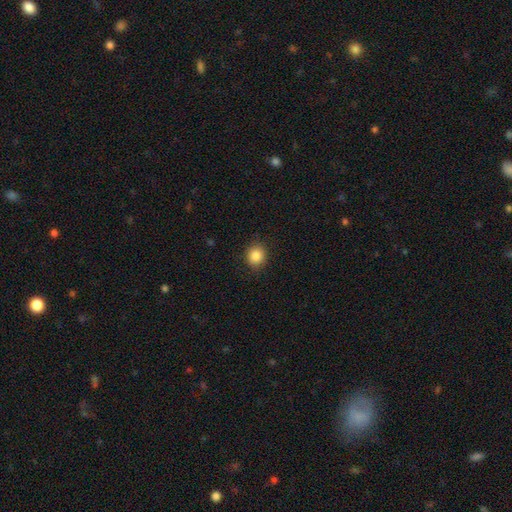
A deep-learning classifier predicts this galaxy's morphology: Smooth or featured? smooth (87%)
How rounded? round (81%)
Merging? none (88%)